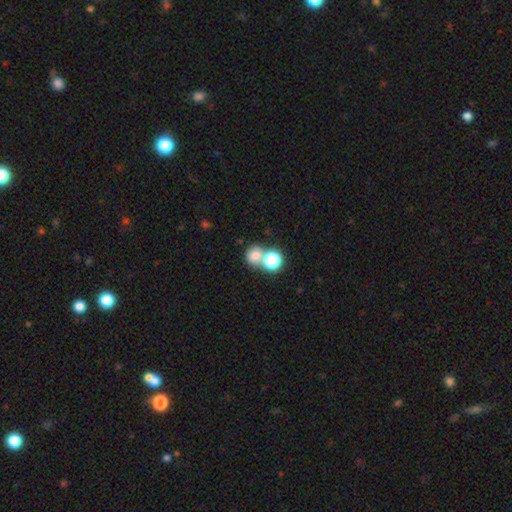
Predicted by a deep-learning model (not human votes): Smooth or featured?
  - smooth: 73% *
  - star or artifact: 16%
  - featured or disk: 10%
How rounded?
  - round: 72% *
  - in between: 27%
  - cigar-shaped: 1%
Merging?
  - merger: 46% *
  - none: 42%
  - minor disturbance: 8%
  - major disturbance: 4%